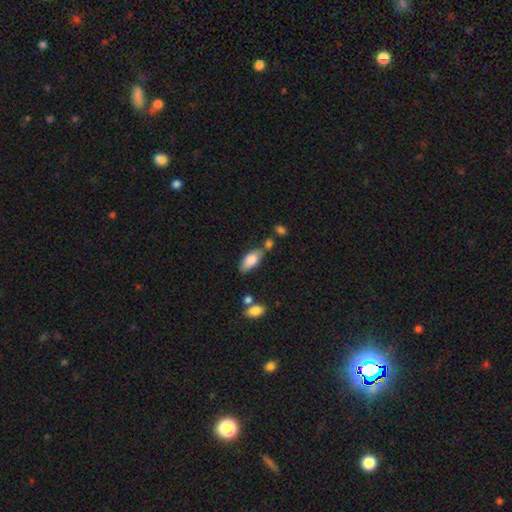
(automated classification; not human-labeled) Morphology: type=smooth (52%); roundness=in between (75%); merging=none (72%).